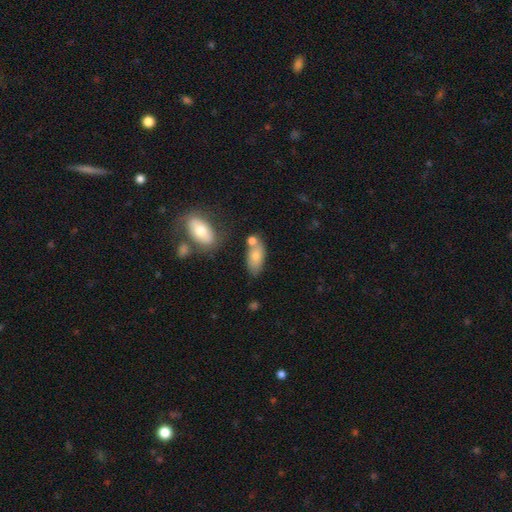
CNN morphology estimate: smooth_or_featured: smooth (p=0.75) [alt: featured or disk p=0.17]
how_rounded: in between (p=0.88) [alt: cigar-shaped p=0.07]
merging: none (p=0.55) [alt: merger p=0.22]